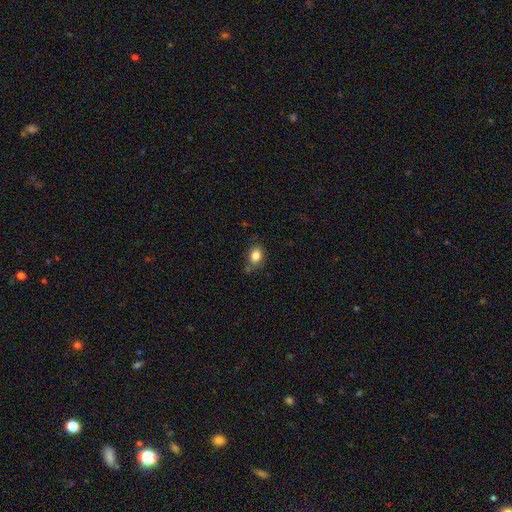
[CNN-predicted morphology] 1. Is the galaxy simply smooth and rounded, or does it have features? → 83% smooth, 10% star or artifact, 8% featured or disk.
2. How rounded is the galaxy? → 63% in between, 35% round, 1% cigar-shaped.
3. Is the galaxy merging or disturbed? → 67% none, 22% minor disturbance, 5% major disturbance, 5% merger.